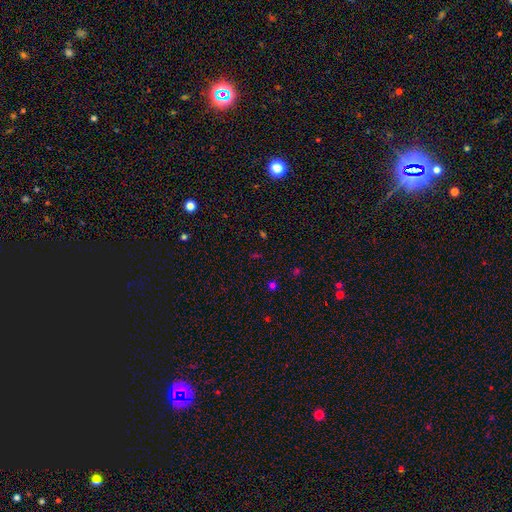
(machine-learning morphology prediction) Smooth or featured? star or artifact (57%)